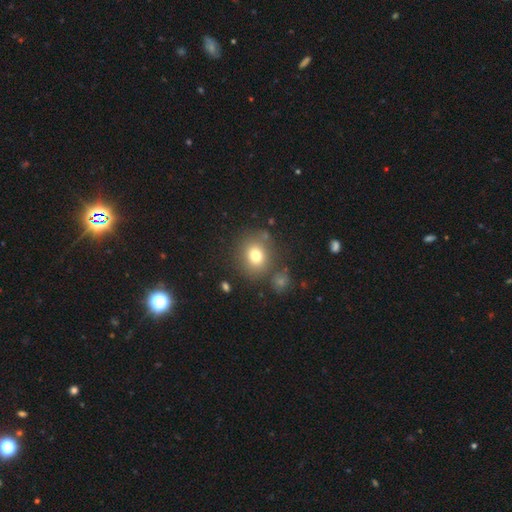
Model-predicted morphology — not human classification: smooth-or-featured: smooth: 77% | star or artifact: 13% | featured or disk: 11%
  how-rounded: round: 74% | in between: 25% | cigar-shaped: 1%
  merging: none: 78% | minor disturbance: 10% | merger: 7% | major disturbance: 4%